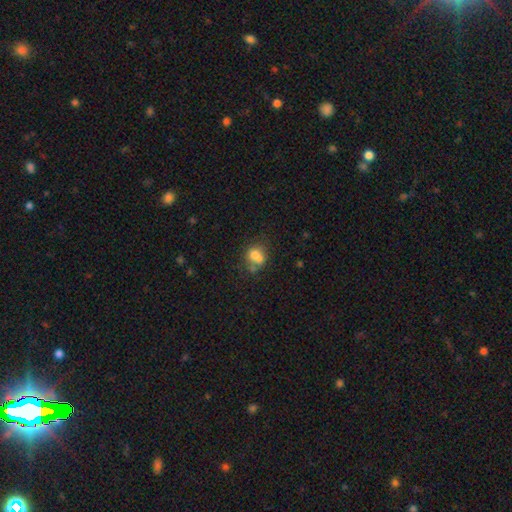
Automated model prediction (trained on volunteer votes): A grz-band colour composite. It shows a smooth galaxy with no disk features (69%) that is round (61%). Merging: none (38%).